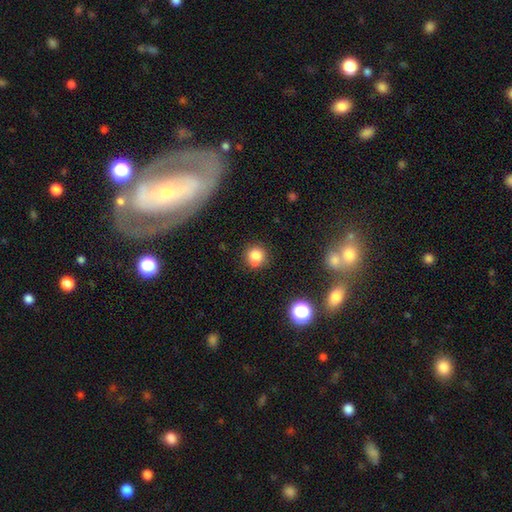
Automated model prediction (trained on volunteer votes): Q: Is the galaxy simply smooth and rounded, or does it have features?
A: smooth — 79%.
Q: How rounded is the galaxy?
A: round — 86%.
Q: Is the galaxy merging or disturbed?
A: none — 69%.